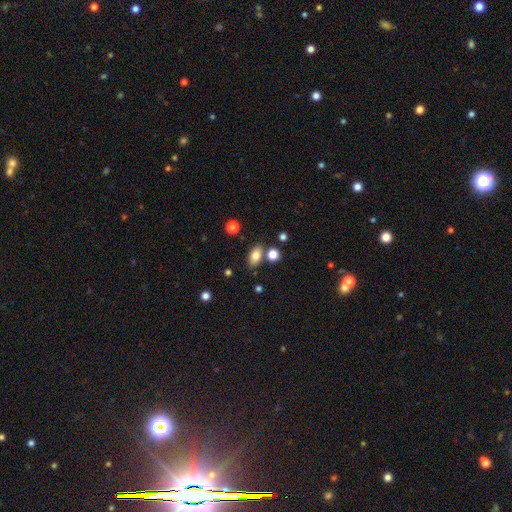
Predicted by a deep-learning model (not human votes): Smooth or featured? smooth (81%)
How rounded? in between (84%)
Merging? none (75%)